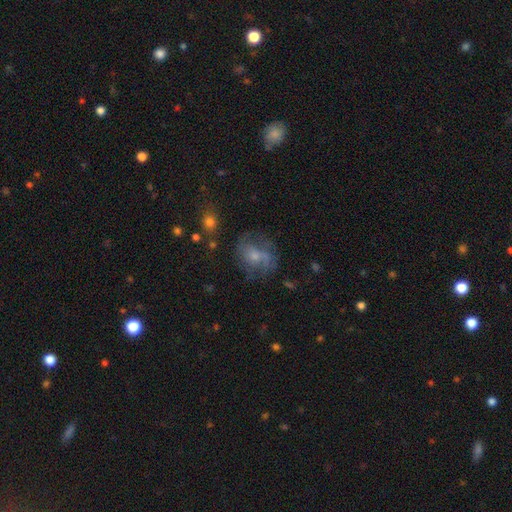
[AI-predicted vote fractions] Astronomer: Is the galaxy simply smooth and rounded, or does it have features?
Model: featured or disk — 50% (runner-up: smooth, 38%).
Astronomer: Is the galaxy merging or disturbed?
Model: none — 52%.